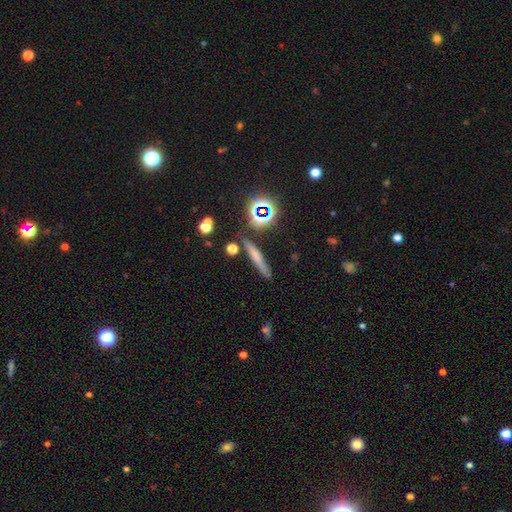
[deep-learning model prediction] smooth 57%, featured or disk 26%, star or artifact 16%. Down the decision tree: how rounded — cigar-shaped (87%); merging — none (81%).